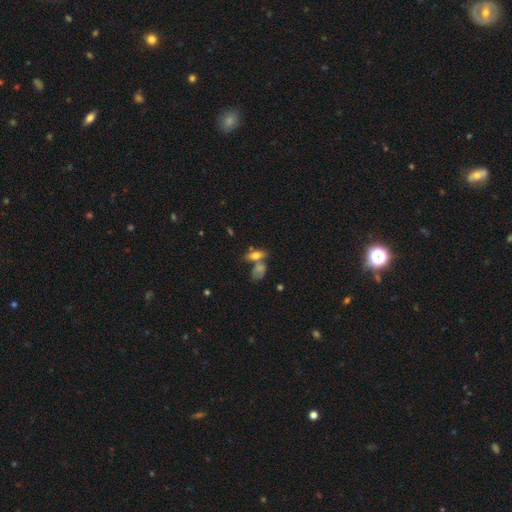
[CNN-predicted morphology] smooth-or-featured: smooth: 63% | featured or disk: 25% | star or artifact: 12%
  how-rounded: in between: 76% | cigar-shaped: 14% | round: 10%
  merging: none: 42% | merger: 37% | minor disturbance: 14% | major disturbance: 7%